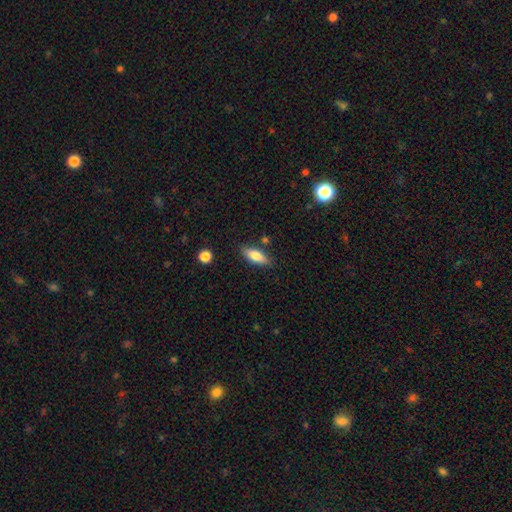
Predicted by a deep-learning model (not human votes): Smooth or featured? smooth (77%)
How rounded? in between (68%)
Merging? none (82%)